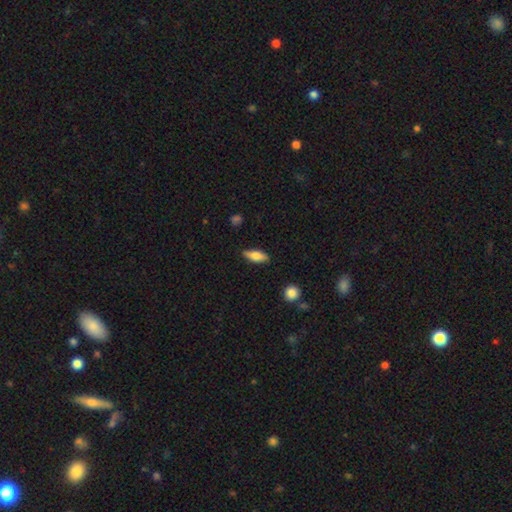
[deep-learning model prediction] A smooth galaxy with no disk features (71%) that is in between round and cigar-shaped (70%).

Vote fractions:
- Smooth or featured? smooth: 71% / featured or disk: 22% / star or artifact: 6%
- How rounded? in between: 70% / cigar-shaped: 27% / round: 3%
- Merging? none: 84% / minor disturbance: 12% / major disturbance: 2% / merger: 1%